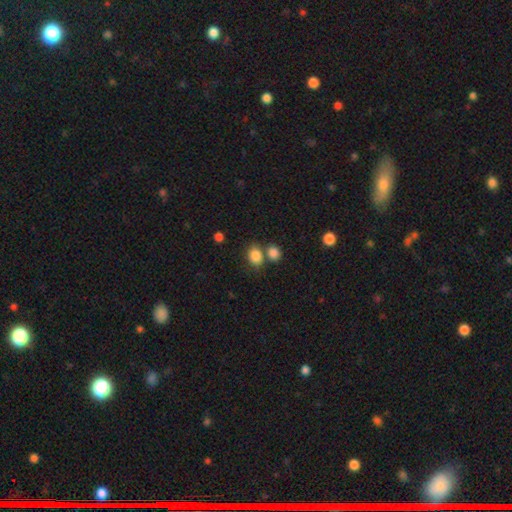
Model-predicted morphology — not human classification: smooth-or-featured: smooth: 84% | star or artifact: 10% | featured or disk: 6%
  how-rounded: round: 51% | in between: 48% | cigar-shaped: 1%
  merging: none: 57% | merger: 28% | minor disturbance: 11% | major disturbance: 4%